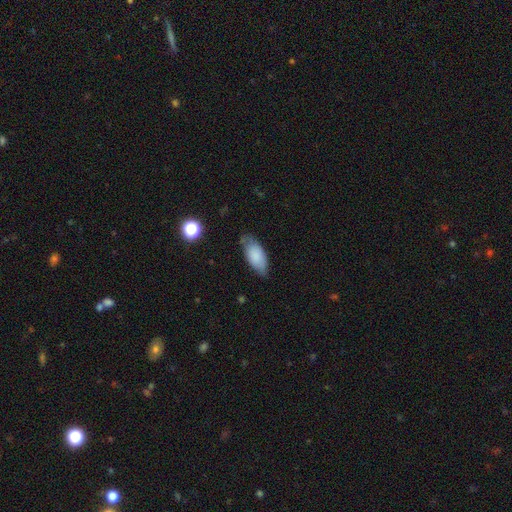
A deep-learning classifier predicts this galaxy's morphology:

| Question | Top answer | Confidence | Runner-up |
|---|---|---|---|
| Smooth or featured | smooth | 81% | featured or disk (13%) |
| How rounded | in between | 90% | cigar-shaped (8%) |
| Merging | none | 64% | minor disturbance (28%) |